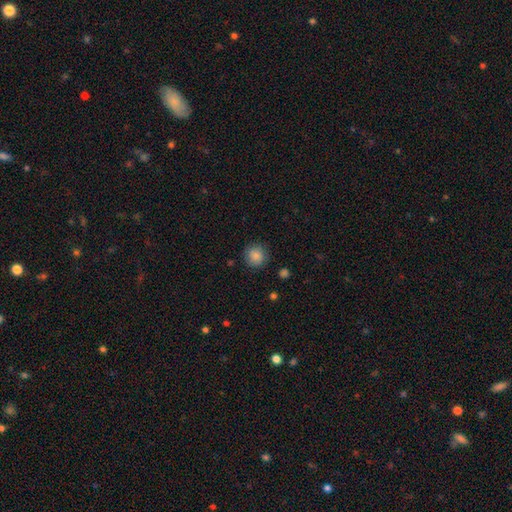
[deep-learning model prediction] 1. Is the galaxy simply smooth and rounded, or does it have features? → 85% smooth, 9% star or artifact, 7% featured or disk.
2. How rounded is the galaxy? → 92% round, 7% in between, 1% cigar-shaped.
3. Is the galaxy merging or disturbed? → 86% none, 10% minor disturbance, 3% major disturbance, 1% merger.